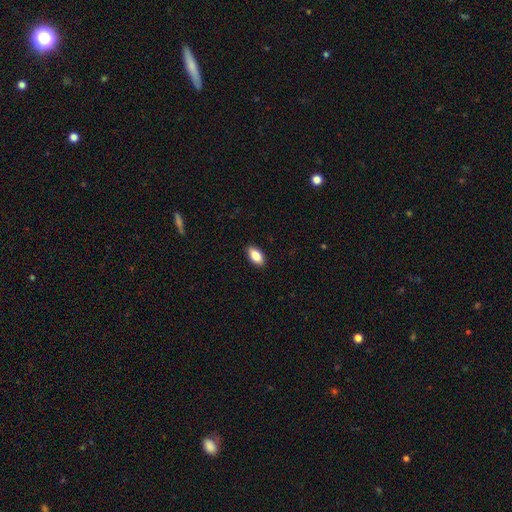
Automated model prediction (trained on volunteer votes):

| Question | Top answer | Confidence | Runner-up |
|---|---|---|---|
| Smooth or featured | smooth | 84% | featured or disk (9%) |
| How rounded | in between | 91% | cigar-shaped (6%) |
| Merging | none | 89% | minor disturbance (8%) |